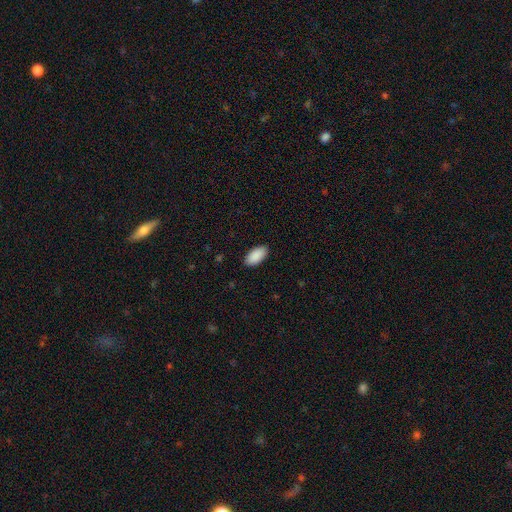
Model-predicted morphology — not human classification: Q: Smooth or featured?
A: smooth (91%); runner-up: star or artifact (6%)
Q: How rounded?
A: in between (95%); runner-up: cigar-shaped (3%)
Q: Merging?
A: none (89%); runner-up: minor disturbance (8%)